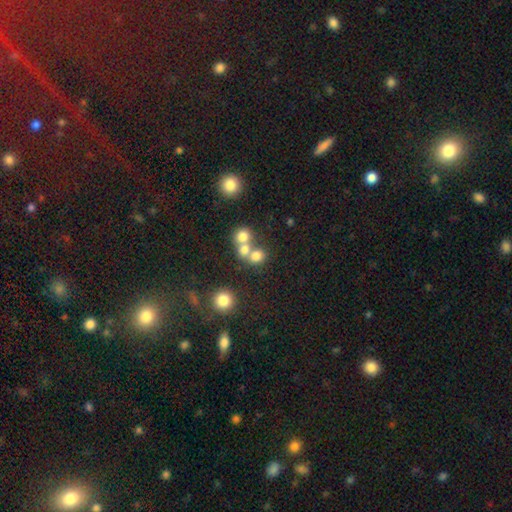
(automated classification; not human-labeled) Smooth or featured? Predicted: smooth (p=0.72). How rounded? Predicted: round (p=0.74). Merging? Predicted: merger (p=0.49).